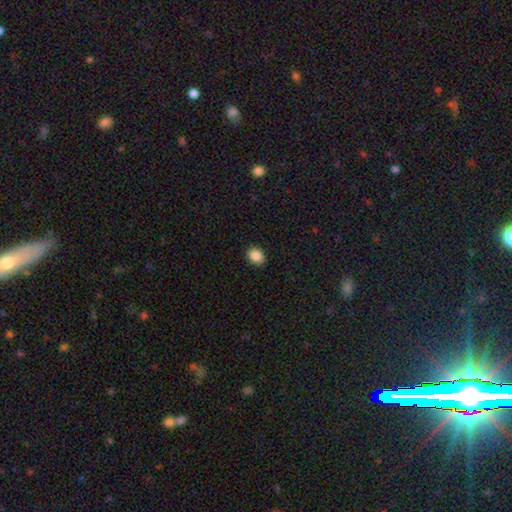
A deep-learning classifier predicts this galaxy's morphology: type=smooth (87%); roundness=round (50%); merging=none (90%).